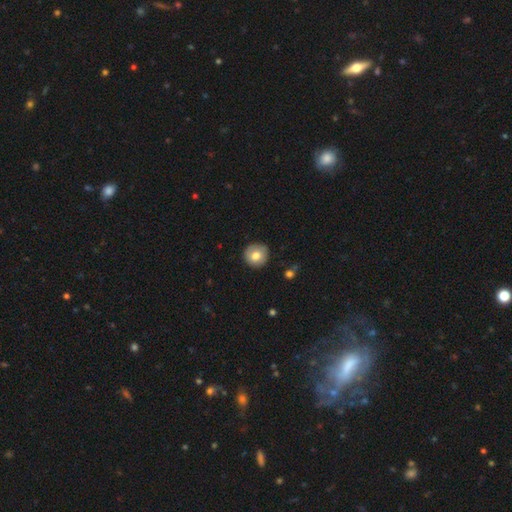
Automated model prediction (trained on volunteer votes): Morphology: type=smooth (77%); roundness=round (93%); merging=none (86%).